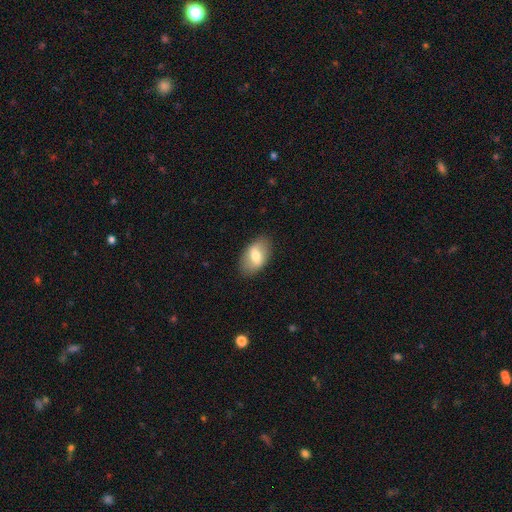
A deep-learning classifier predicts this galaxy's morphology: smooth 62%, featured or disk 31%, star or artifact 7%. Down the decision tree: how rounded — in between (90%); merging — none (85%).